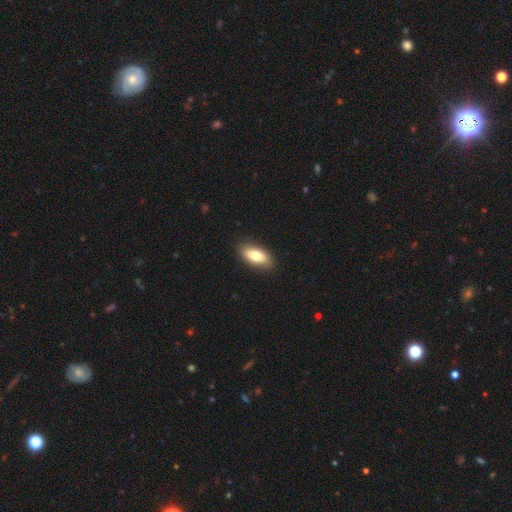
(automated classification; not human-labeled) Morphology: type=smooth (76%); roundness=in between (88%); merging=none (88%).